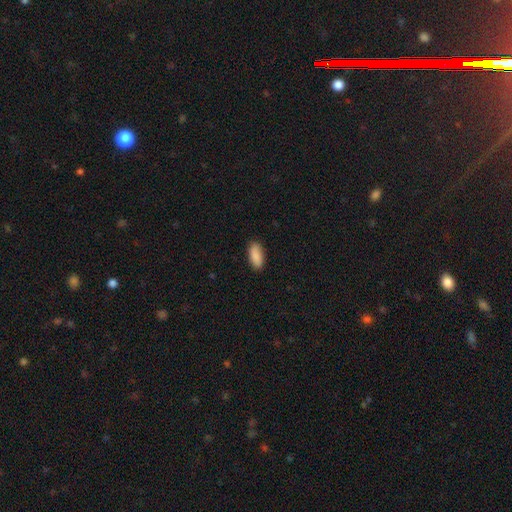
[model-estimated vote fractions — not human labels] smooth_or_featured: smooth (p=0.90) [alt: star or artifact p=0.06]
how_rounded: in between (p=0.86) [alt: cigar-shaped p=0.12]
merging: none (p=0.87) [alt: minor disturbance p=0.10]